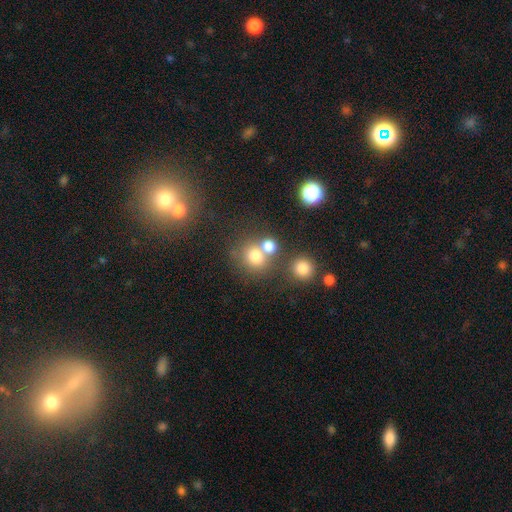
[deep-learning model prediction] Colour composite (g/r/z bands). It shows a smooth galaxy with no disk features (73%) that is round (84%). Merging: none (54%).